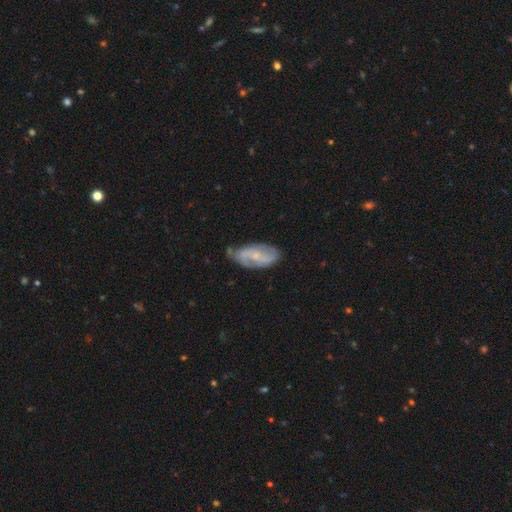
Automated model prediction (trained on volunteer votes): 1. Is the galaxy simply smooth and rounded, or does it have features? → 62% featured or disk, 32% smooth, 7% star or artifact.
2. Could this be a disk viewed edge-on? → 92% no, 8% yes.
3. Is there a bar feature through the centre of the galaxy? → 52% no, 38% weak, 10% strong.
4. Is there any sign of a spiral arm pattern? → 77% yes, 23% no.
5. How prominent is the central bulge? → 66% small, 26% moderate, 6% none, 1% large, 1% dominant.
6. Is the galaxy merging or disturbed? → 60% none, 30% minor disturbance, 7% major disturbance, 3% merger.